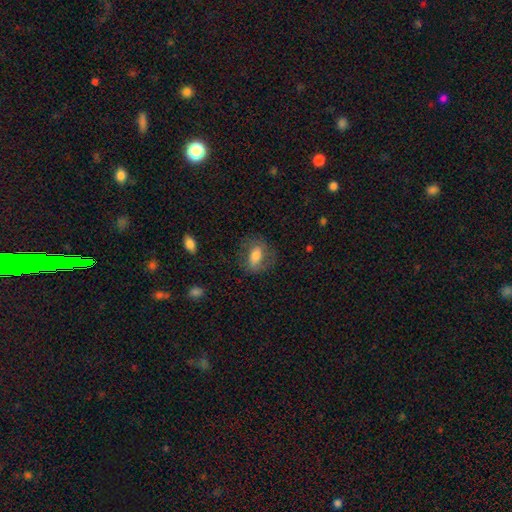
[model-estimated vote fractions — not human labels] Smooth or featured: smooth — 63% (featured or disk — 29%)
How rounded: in between — 79% (round — 16%)
Merging: none — 67% (minor disturbance — 19%)